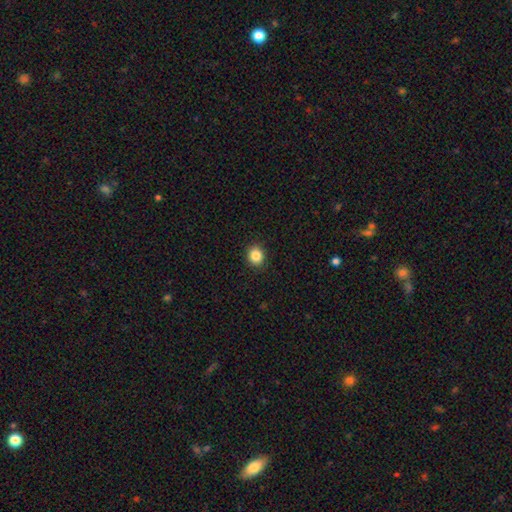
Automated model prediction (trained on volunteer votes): Smooth or featured? smooth (86%)
How rounded? round (77%)
Merging? none (91%)